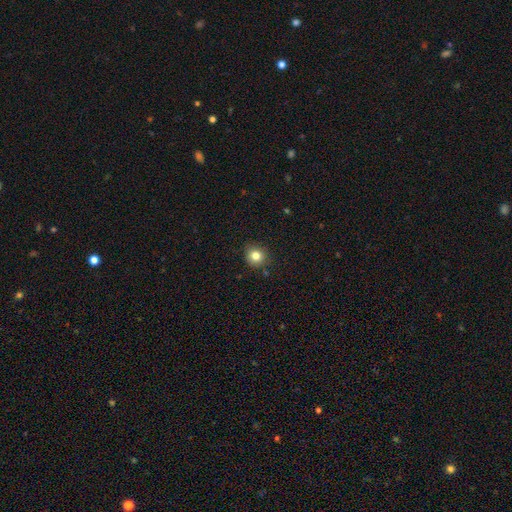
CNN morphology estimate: The model was most divided on "smooth or featured": smooth: 81%, star or artifact: 12%, featured or disk: 7%. More confident: how rounded — round (90%); merging — none (87%).